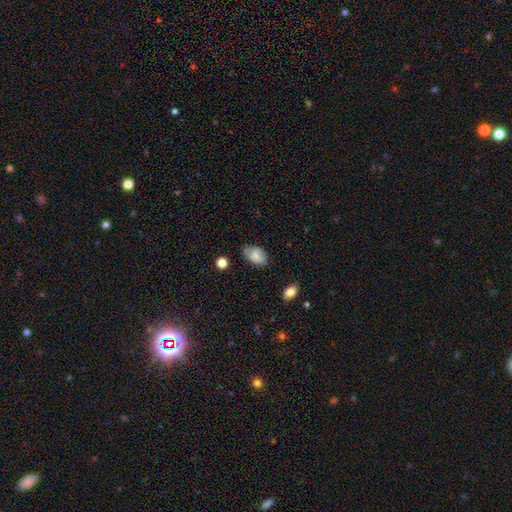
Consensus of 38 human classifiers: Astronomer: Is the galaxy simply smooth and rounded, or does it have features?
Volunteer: smooth — 89%.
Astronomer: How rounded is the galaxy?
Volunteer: in between — 97%.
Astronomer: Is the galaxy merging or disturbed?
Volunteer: none — 80%.